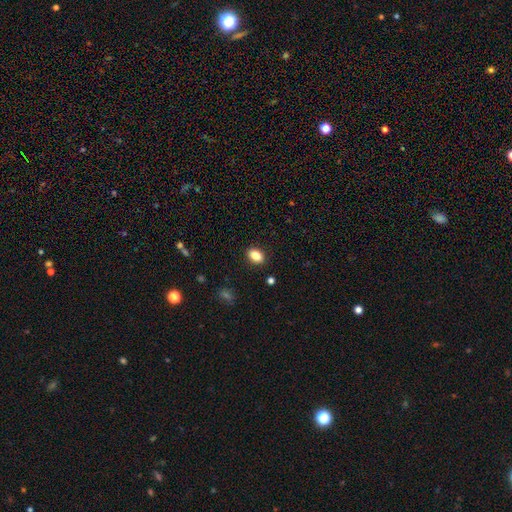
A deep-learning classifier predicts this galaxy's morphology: smooth_or_featured: smooth (p=0.84) [alt: star or artifact p=0.09]
how_rounded: in between (p=0.77) [alt: round p=0.22]
merging: none (p=0.89) [alt: minor disturbance p=0.08]